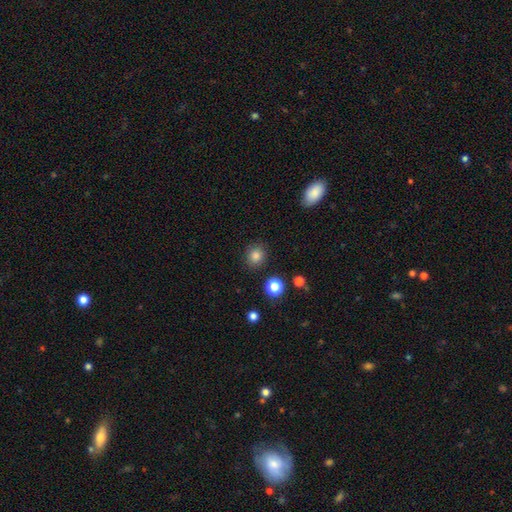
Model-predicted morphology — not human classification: smooth-or-featured: smooth: 84% | star or artifact: 12% | featured or disk: 5%
  how-rounded: round: 83% | in between: 16% | cigar-shaped: 1%
  merging: none: 87% | minor disturbance: 8% | major disturbance: 3% | merger: 2%